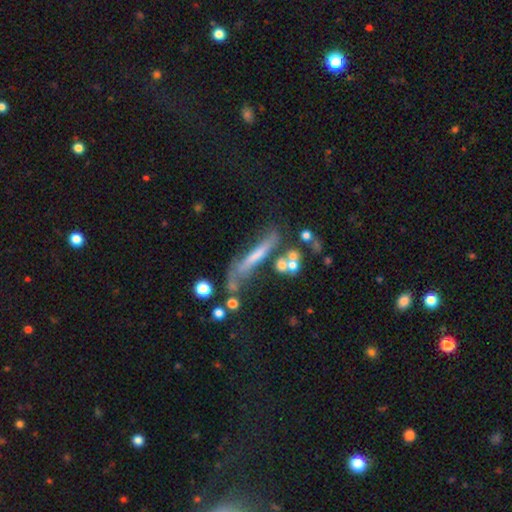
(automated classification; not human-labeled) featured or disk 48%, smooth 40%, star or artifact 12%. Down the decision tree: merging — none (41%).